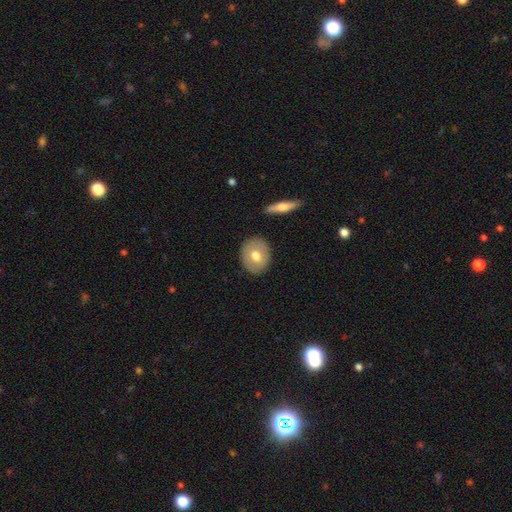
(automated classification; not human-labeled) Q: Smooth or featured?
A: smooth (69%); runner-up: featured or disk (25%)
Q: How rounded?
A: round (53%); runner-up: in between (46%)
Q: Merging?
A: none (87%); runner-up: minor disturbance (9%)